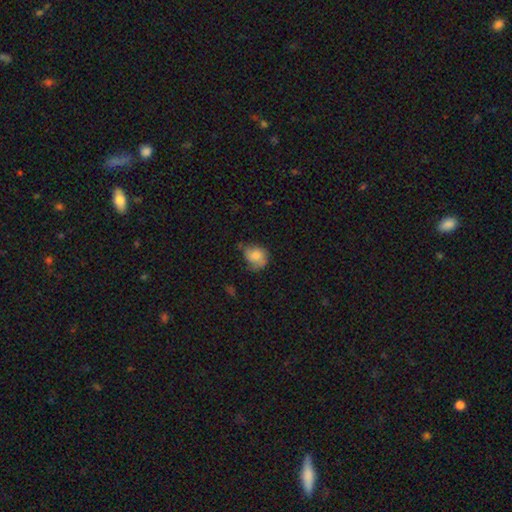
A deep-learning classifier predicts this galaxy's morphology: This is likely a smooth galaxy (72%). How rounded: possibly round (56%). Merging: marginally none (40%).